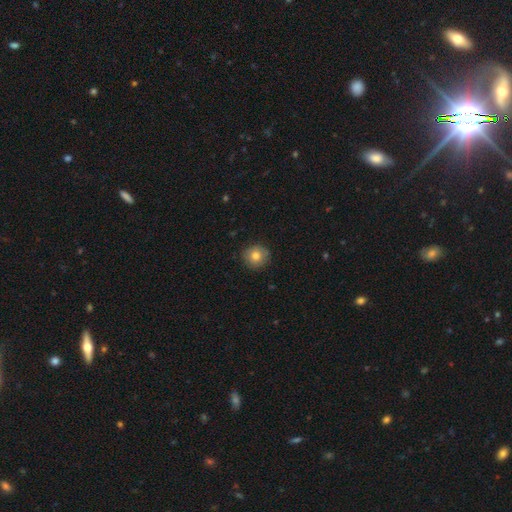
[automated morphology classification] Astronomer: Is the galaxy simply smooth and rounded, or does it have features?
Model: smooth — 79%.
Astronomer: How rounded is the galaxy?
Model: round — 91%.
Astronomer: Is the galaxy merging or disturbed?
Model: none — 85%.